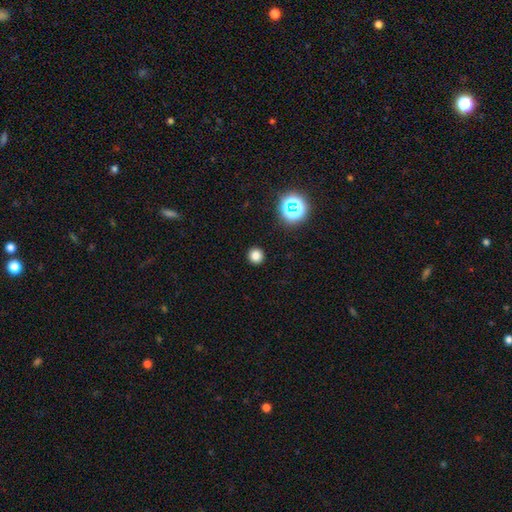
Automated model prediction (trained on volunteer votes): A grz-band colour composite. It shows a smooth galaxy with no disk features (78%) that is round (93%). Merging: none (92%).